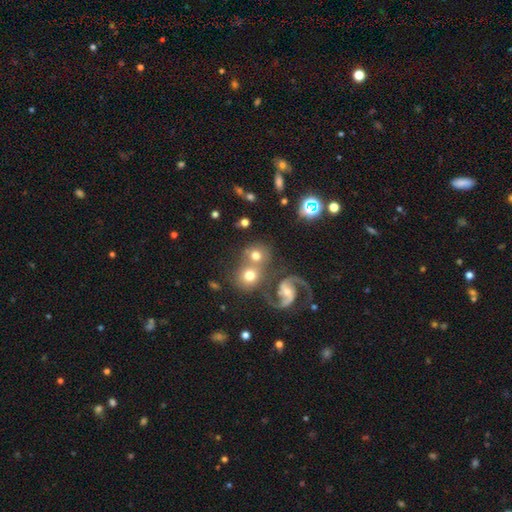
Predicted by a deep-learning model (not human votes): Morphology: type=smooth (50%); roundness=round (81%); merging=none (47%).